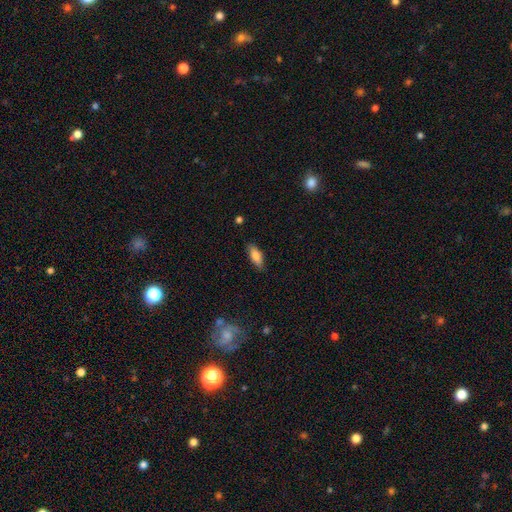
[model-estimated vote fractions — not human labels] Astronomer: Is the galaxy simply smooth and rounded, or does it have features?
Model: smooth — 82%.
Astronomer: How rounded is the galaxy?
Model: in between — 73%.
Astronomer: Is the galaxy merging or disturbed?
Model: none — 83%.